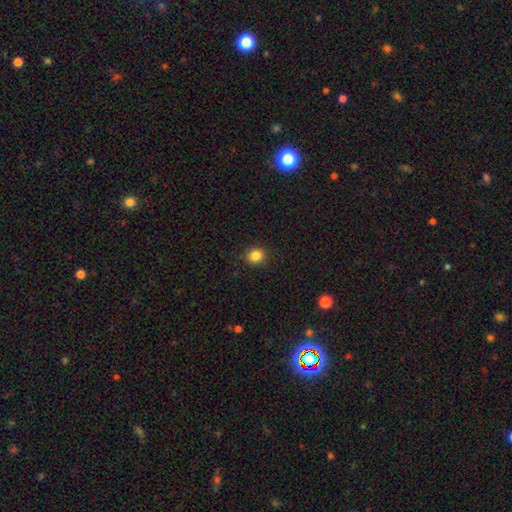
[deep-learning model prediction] Q: Smooth or featured?
A: smooth (85%); runner-up: star or artifact (11%)
Q: How rounded?
A: round (75%); runner-up: in between (24%)
Q: Merging?
A: none (90%); runner-up: minor disturbance (7%)